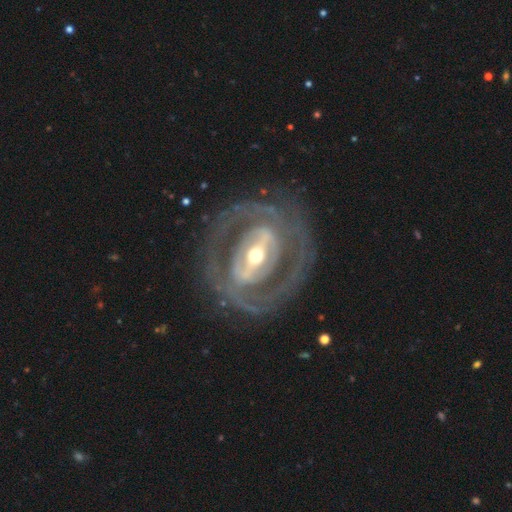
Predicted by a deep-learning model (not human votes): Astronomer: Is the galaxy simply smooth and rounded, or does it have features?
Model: featured or disk — 87%.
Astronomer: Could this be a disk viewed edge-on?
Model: no — 94%.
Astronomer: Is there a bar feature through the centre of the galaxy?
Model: strong — 66%.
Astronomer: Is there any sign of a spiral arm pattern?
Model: yes — 75%.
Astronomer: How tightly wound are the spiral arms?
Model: tight — 54% (runner-up: medium, 33%).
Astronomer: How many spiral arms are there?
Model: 2 — 60%.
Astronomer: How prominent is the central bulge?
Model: moderate — 63%.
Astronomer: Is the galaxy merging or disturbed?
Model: none — 76%.